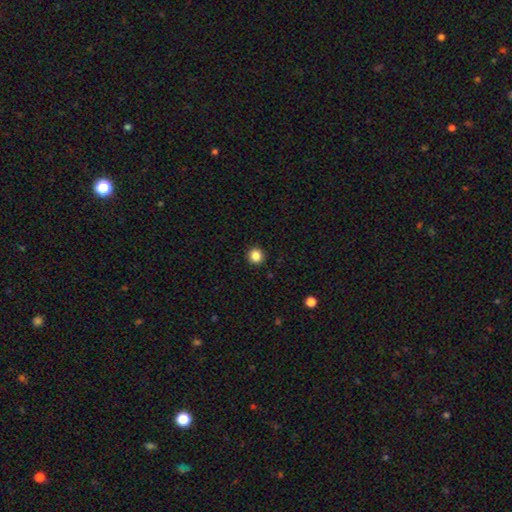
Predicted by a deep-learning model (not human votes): Q: Smooth or featured?
A: smooth (86%); runner-up: star or artifact (10%)
Q: How rounded?
A: round (94%); runner-up: in between (5%)
Q: Merging?
A: none (93%); runner-up: minor disturbance (5%)